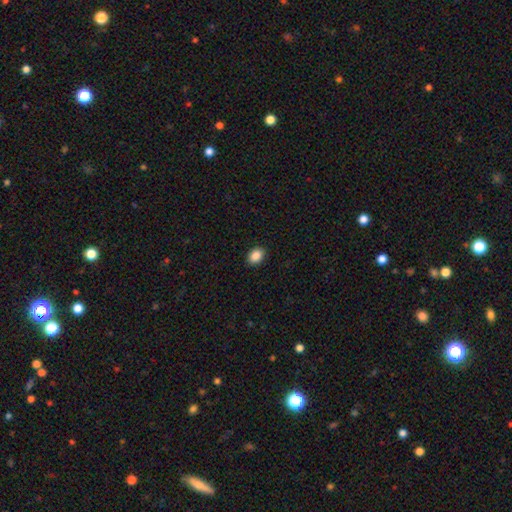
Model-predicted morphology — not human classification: Overall: smooth (89%). How rounded: in between (75%). Merging: none (90%).